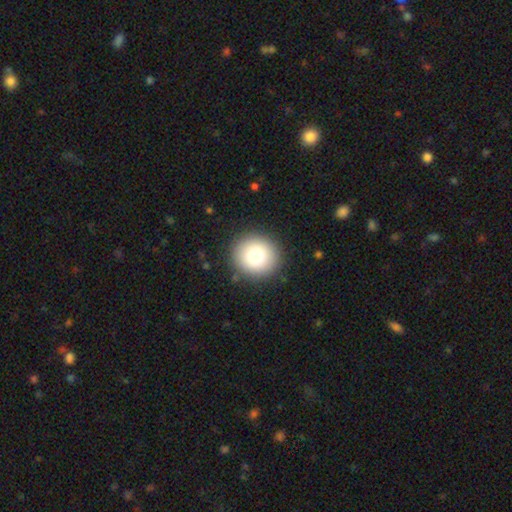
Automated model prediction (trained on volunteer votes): Smooth or featured? smooth (78%)
How rounded? round (91%)
Merging? none (90%)